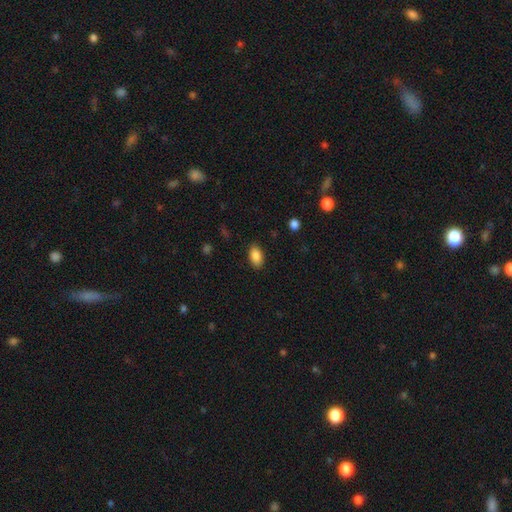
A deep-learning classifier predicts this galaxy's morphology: smooth 87%, star or artifact 8%, featured or disk 5%. Down the decision tree: how rounded — in between (93%); merging — none (87%).